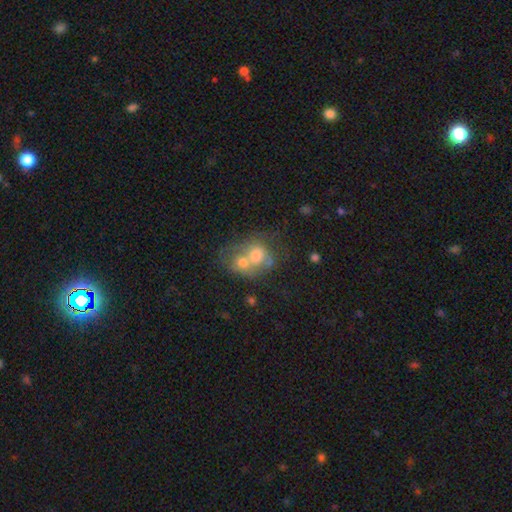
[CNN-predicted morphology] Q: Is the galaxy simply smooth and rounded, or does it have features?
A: smooth — 62%.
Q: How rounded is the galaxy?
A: round — 63%.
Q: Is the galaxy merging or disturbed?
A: merger — 73%.